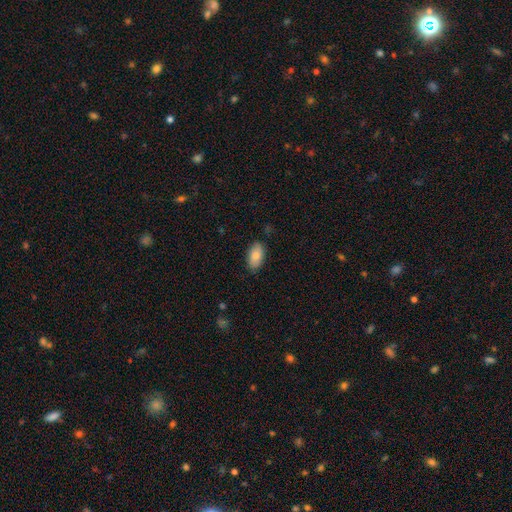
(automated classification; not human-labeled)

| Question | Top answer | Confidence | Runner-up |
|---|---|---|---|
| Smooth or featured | smooth | 82% | featured or disk (11%) |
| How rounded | in between | 94% | round (3%) |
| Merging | none | 85% | minor disturbance (12%) |